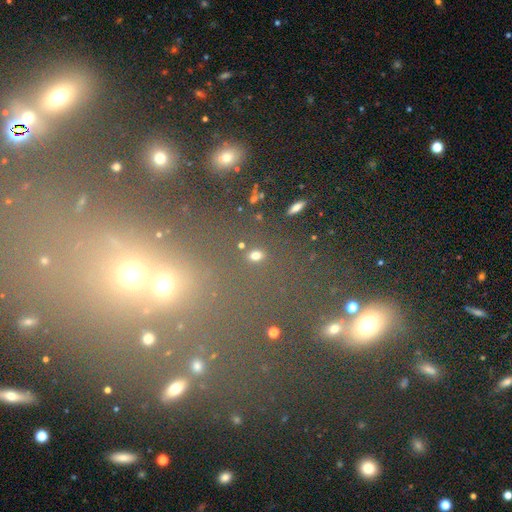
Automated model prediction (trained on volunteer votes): A smooth galaxy with no disk features (60%) that is in between round and cigar-shaped (47%). Merging: none (81%).